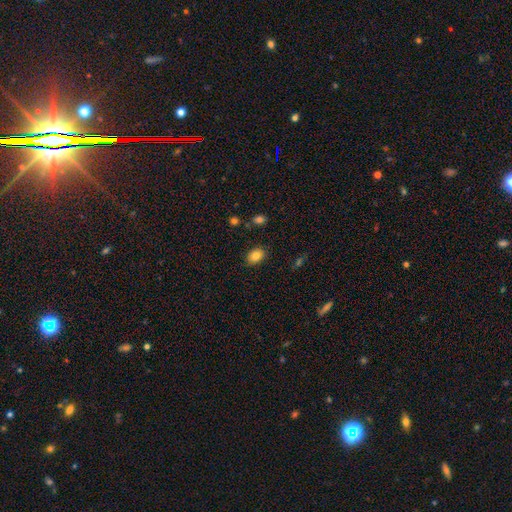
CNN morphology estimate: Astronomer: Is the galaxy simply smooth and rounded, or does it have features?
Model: smooth — 84%.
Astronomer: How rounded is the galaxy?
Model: in between — 78%.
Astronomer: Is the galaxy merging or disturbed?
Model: none — 86%.